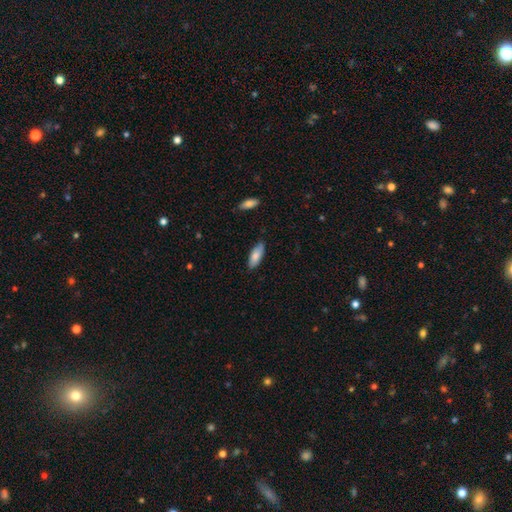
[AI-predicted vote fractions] smooth-or-featured: smooth: 82% | featured or disk: 12% | star or artifact: 6%
  how-rounded: in between: 76% | cigar-shaped: 22% | round: 2%
  merging: none: 84% | minor disturbance: 13% | major disturbance: 2% | merger: 1%